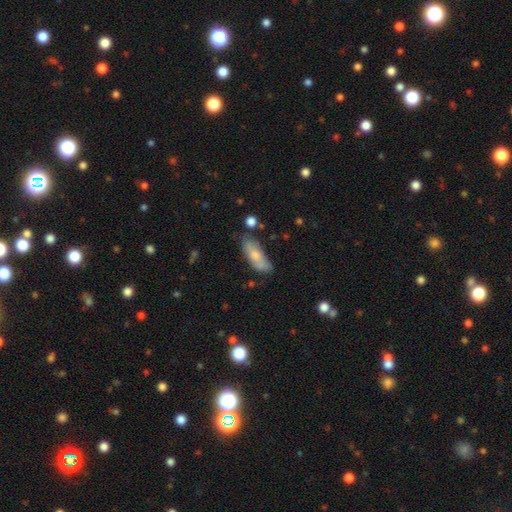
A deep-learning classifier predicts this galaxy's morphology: This is likely a smooth galaxy (67%). How rounded: likely in between (64%). Merging: likely none (64%).